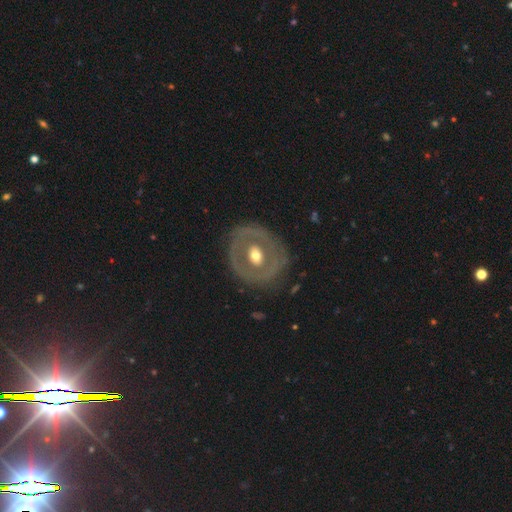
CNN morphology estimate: This is likely a featured or disk galaxy (62%). It is clearly not viewed edge-on (95%). Bar: likely no (71%). Spiral arm pattern: clearly no (81%). Central bulge: likely moderate (72%). Merging: likely none (77%).